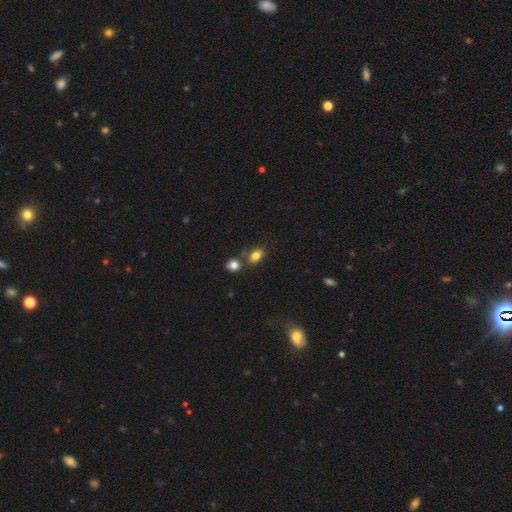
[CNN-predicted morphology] Smooth or featured: smooth — 80% (star or artifact — 10%)
How rounded: in between — 80% (round — 16%)
Merging: none — 63% (merger — 21%)